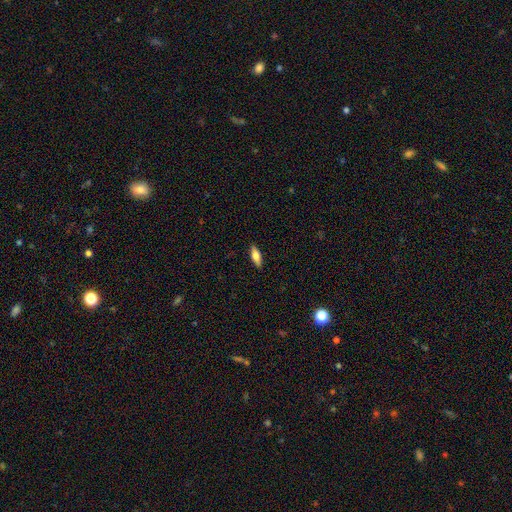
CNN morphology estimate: The model was most divided on "how rounded": in between: 65%, cigar-shaped: 33%, round: 3%. More confident: merging — none (89%); smooth or featured — smooth (65%).